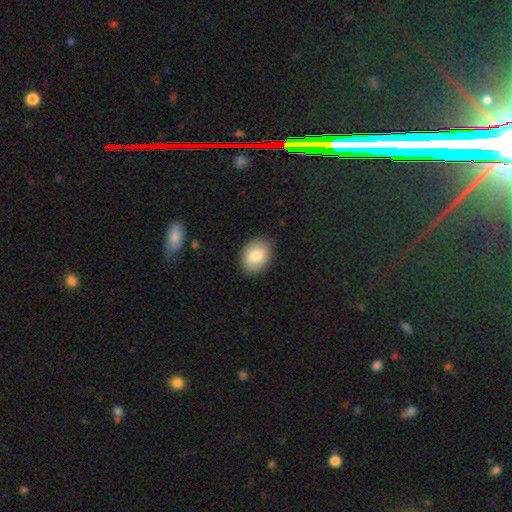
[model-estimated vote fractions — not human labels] This appears to be a smooth galaxy with no disk features (83%) that is in between round and cigar-shaped (59%). Merging: none (86%).